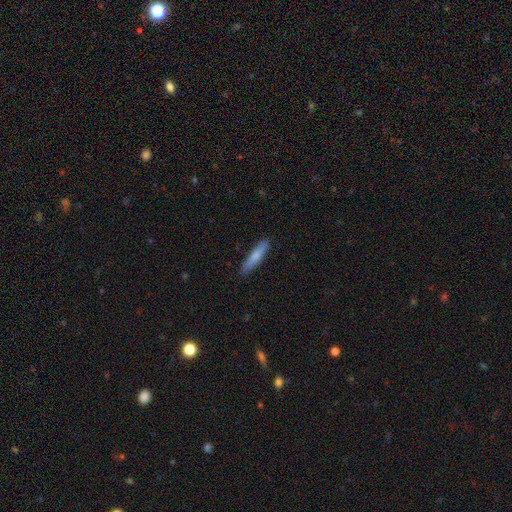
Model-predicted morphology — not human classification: Smooth or featured? smooth (74%)
How rounded? cigar-shaped (88%)
Merging? none (88%)